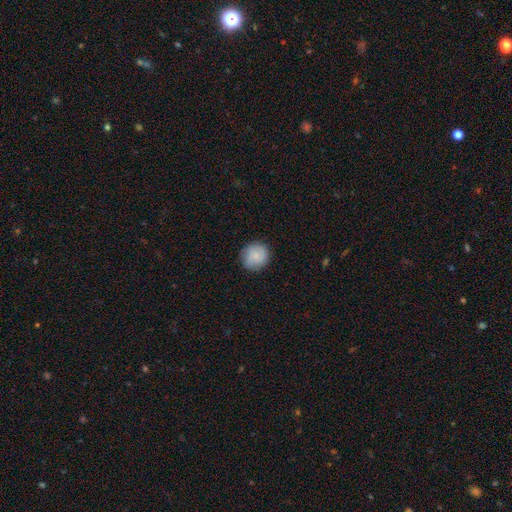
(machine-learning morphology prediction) A smooth galaxy with no disk features (77%) that is round (90%).

Vote fractions:
- Smooth or featured? smooth: 77% / featured or disk: 16% / star or artifact: 7%
- How rounded? round: 90% / in between: 9% / cigar-shaped: 1%
- Merging? none: 86% / minor disturbance: 10% / major disturbance: 2% / merger: 1%